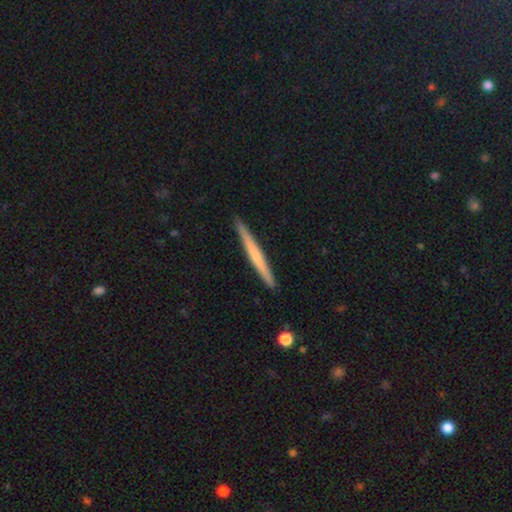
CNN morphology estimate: Overall: featured or disk (49%; smooth 46%). Merging: none (92%).